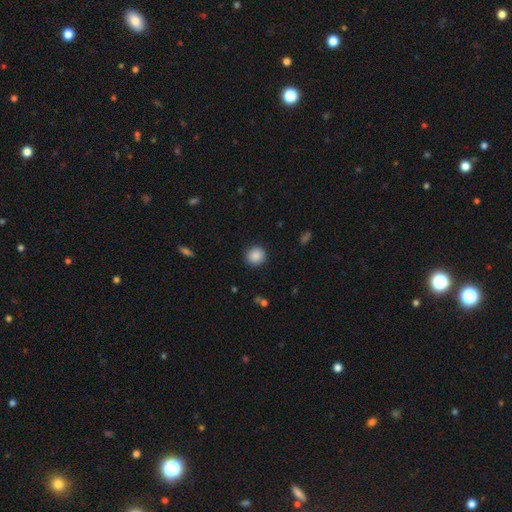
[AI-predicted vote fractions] smooth-or-featured: smooth: 87% | star or artifact: 9% | featured or disk: 4%
  how-rounded: round: 91% | in between: 8% | cigar-shaped: 1%
  merging: none: 90% | minor disturbance: 6% | major disturbance: 2% | merger: 1%